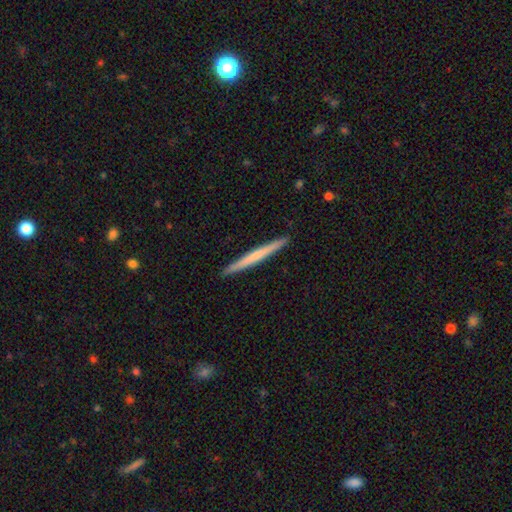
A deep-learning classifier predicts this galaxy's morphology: The model was most divided on "smooth or featured": smooth: 53%, featured or disk: 42%, star or artifact: 5%. More confident: how rounded — cigar-shaped (97%); merging — none (93%).